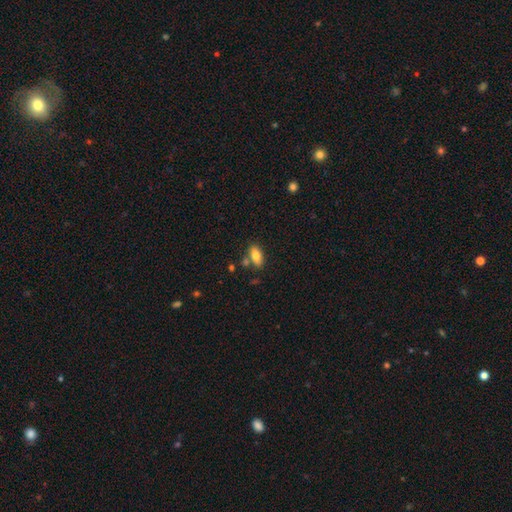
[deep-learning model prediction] Morphology: type=smooth (79%); roundness=in between (87%); merging=none (72%).